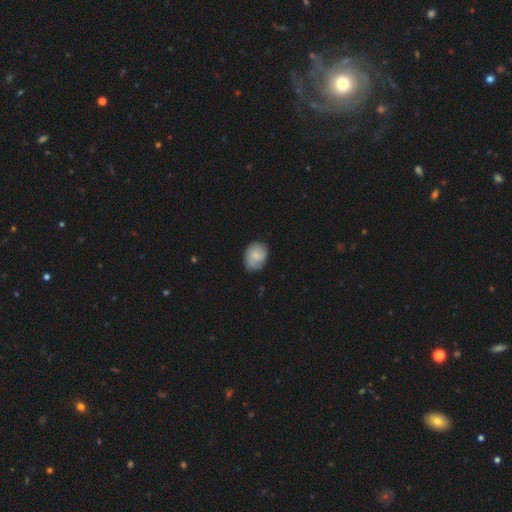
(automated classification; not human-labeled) A smooth galaxy with no disk features (55%) that is in between round and cigar-shaped (54%). Merging: none (68%).